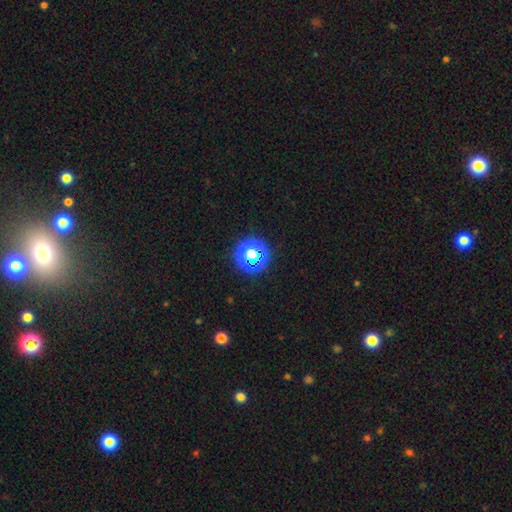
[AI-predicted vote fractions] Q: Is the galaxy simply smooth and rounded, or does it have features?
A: star or artifact — 74%.